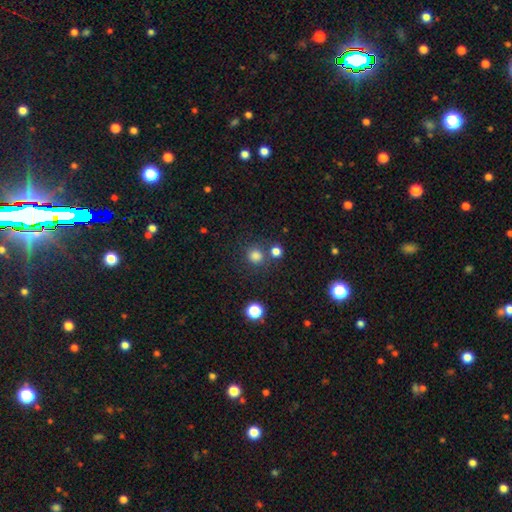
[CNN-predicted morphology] Q: Smooth or featured?
A: smooth (80%); runner-up: star or artifact (15%)
Q: How rounded?
A: round (92%); runner-up: in between (7%)
Q: Merging?
A: none (77%); runner-up: merger (11%)